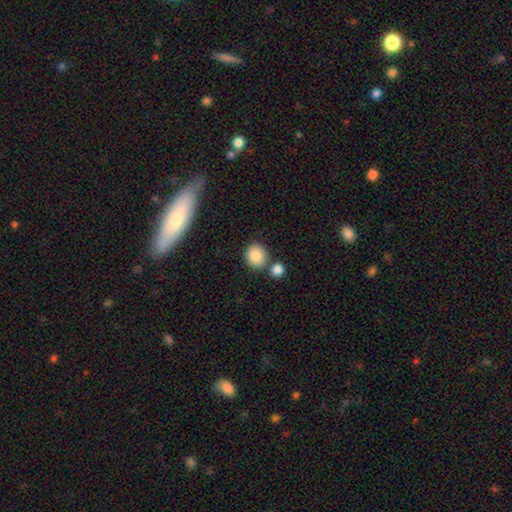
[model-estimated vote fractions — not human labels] The model was most divided on "merging": none: 69%, merger: 19%, minor disturbance: 9%, major disturbance: 3%. More confident: smooth or featured — smooth (87%); how rounded — round (78%).